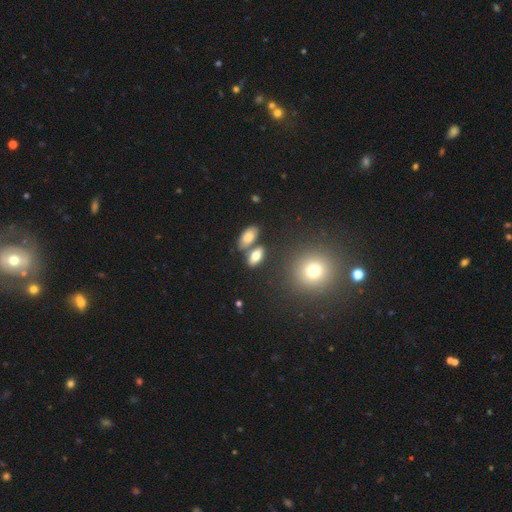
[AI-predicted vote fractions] Overall: smooth (75%). How rounded: in between (85%). Merging: none (67%).